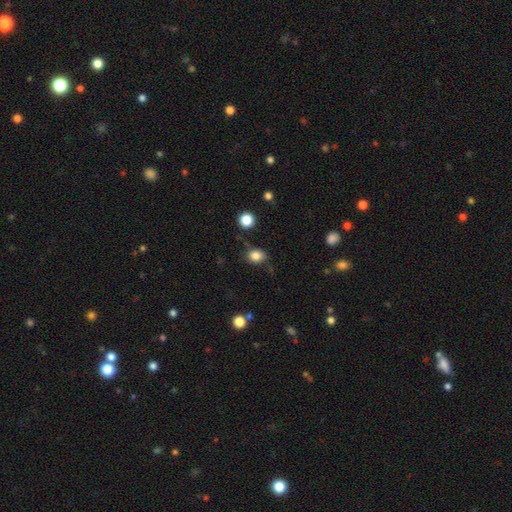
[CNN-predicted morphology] smooth_or_featured: smooth (p=0.82) [alt: star or artifact p=0.11]
how_rounded: round (p=0.51) [alt: in between p=0.48]
merging: none (p=0.72) [alt: minor disturbance p=0.19]